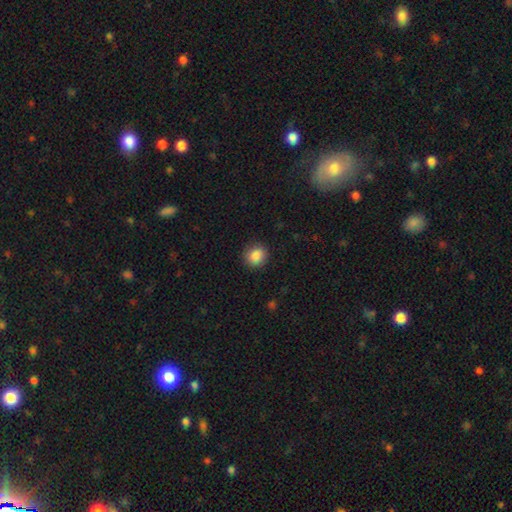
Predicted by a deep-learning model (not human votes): The model was most divided on "how rounded": round: 87%, in between: 12%, cigar-shaped: 1%. More confident: merging — none (89%); smooth or featured — smooth (87%).